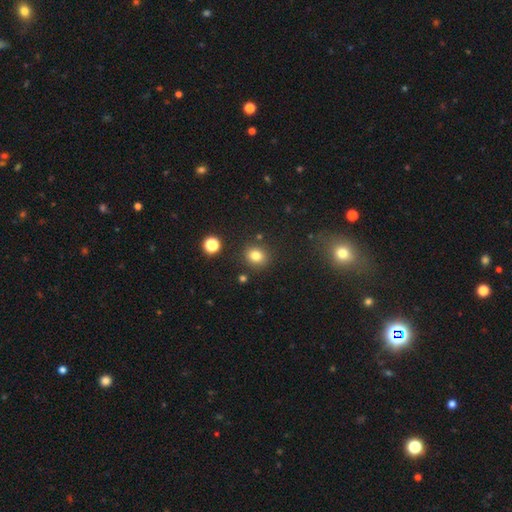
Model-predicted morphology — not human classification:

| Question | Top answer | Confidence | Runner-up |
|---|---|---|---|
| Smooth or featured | smooth | 80% | star or artifact (13%) |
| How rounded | round | 78% | in between (21%) |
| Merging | none | 86% | minor disturbance (8%) |